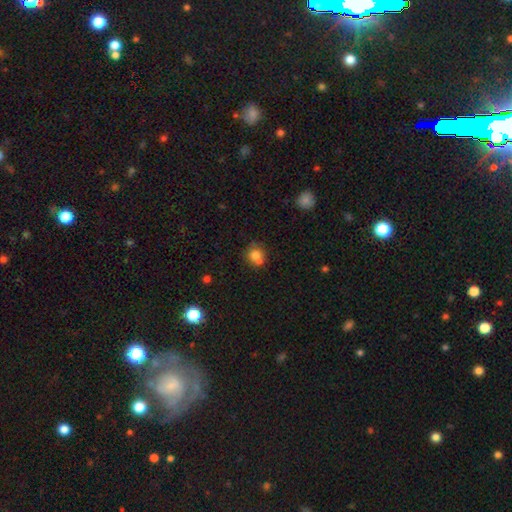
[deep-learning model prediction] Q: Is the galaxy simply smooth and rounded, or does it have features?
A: smooth — 76%.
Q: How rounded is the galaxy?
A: round — 84%.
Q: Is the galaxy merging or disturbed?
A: none — 54%.